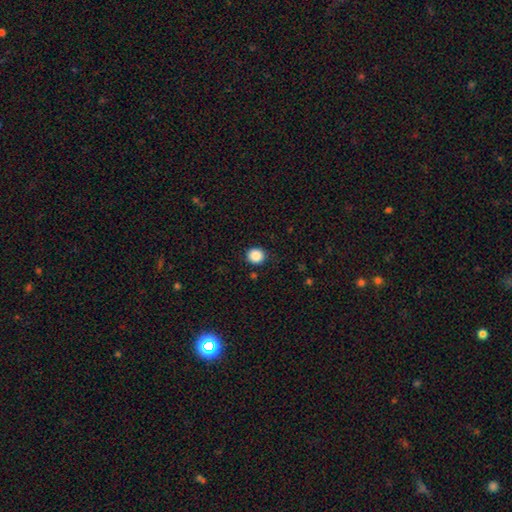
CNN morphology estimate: smooth_or_featured: smooth (p=0.88) [alt: star or artifact p=0.10]
how_rounded: round (p=0.90) [alt: in between p=0.09]
merging: none (p=0.89) [alt: minor disturbance p=0.08]